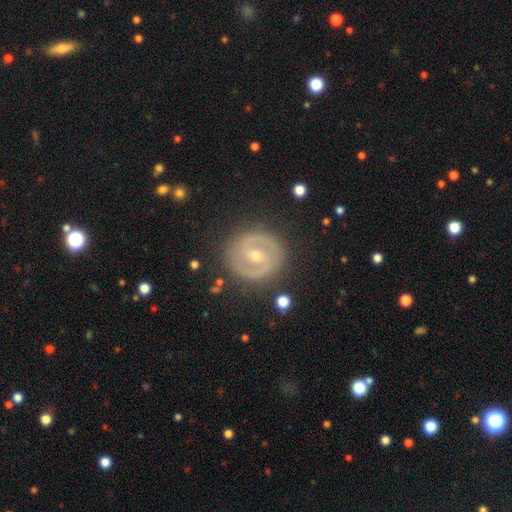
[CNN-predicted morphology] This appears to be a featured or disk galaxy (80%) with a weak bar (43%), 2 (87%) tight (51%) spiral arms (80%) and a small central bulge (51%). Merging: none (86%).